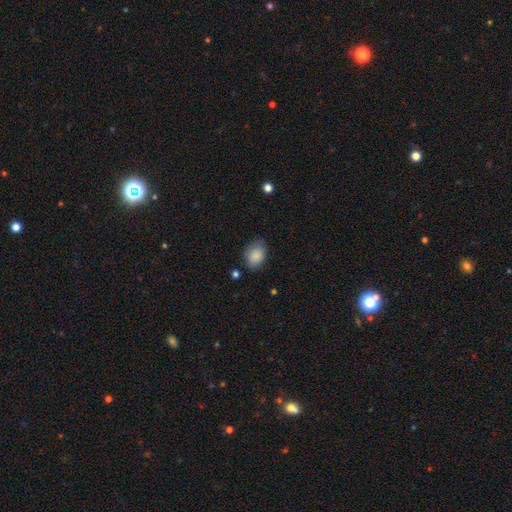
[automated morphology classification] smooth_or_featured: smooth (p=0.87) [alt: star or artifact p=0.08]
how_rounded: in between (p=0.70) [alt: round p=0.29]
merging: none (p=0.71) [alt: minor disturbance p=0.22]